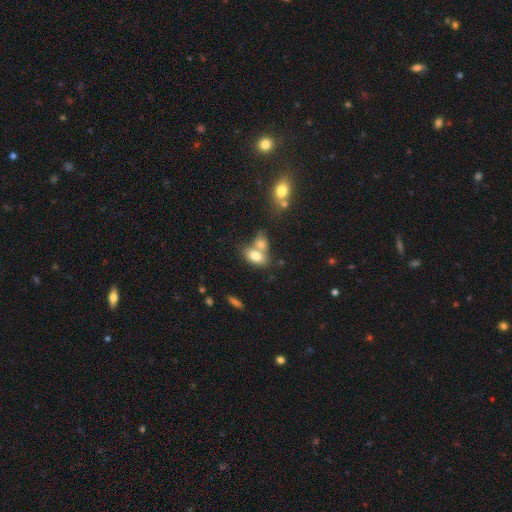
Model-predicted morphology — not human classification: Smooth or featured: smooth — 78% (featured or disk — 13%)
How rounded: in between — 88% (round — 9%)
Merging: merger — 52% (none — 34%)